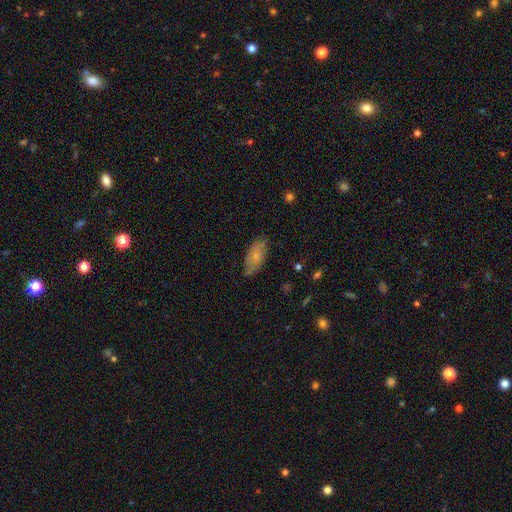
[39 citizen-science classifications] A smooth galaxy with no disk features (67%) that is in between round and cigar-shaped (69%).

Vote fractions:
- Smooth or featured? smooth: 67% / featured or disk: 23% / star or artifact: 10%
- How rounded? in between: 69% / cigar-shaped: 27% / round: 4%
- Merging? none: 69% / minor disturbance: 26% / major disturbance: 6% / merger: 0%